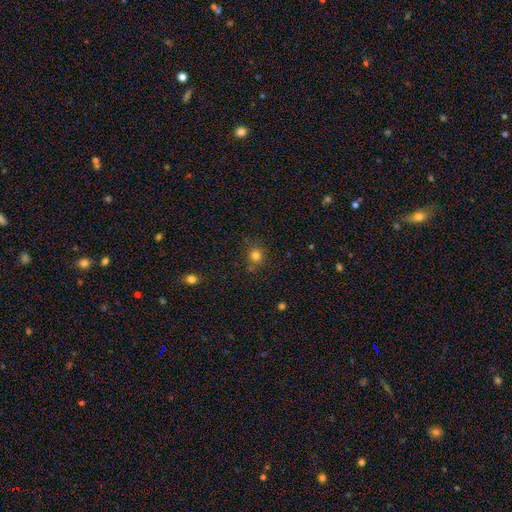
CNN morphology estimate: type=smooth (79%); roundness=round (86%); merging=none (80%).